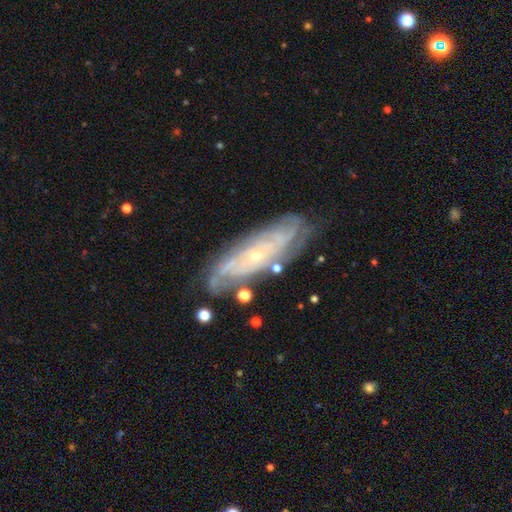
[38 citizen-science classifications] Smooth or featured?
  - featured or disk: 84% *
  - smooth: 11%
  - star or artifact: 5%
Edge-on disk?
  - no: 91% *
  - yes: 9%
Bar?
  - no: 76% *
  - weak: 24%
  - strong: 0%
Spiral arms?
  - yes: 90% *
  - no: 10%
Spiral winding?
  - tight: 73% *
  - medium: 27%
  - loose: 0%
Spiral arm count?
  - can't tell: 50% *
  - 3: 19%
  - 2: 15%
  - 4: 12%
  - more than 4: 4%
  - 1: 0%
Bulge size?
  - small: 86% *
  - moderate: 14%
  - dominant: 0%
  - large: 0%
  - none: 0%
Merging?
  - none: 78% *
  - minor disturbance: 17%
  - major disturbance: 3%
  - merger: 3%